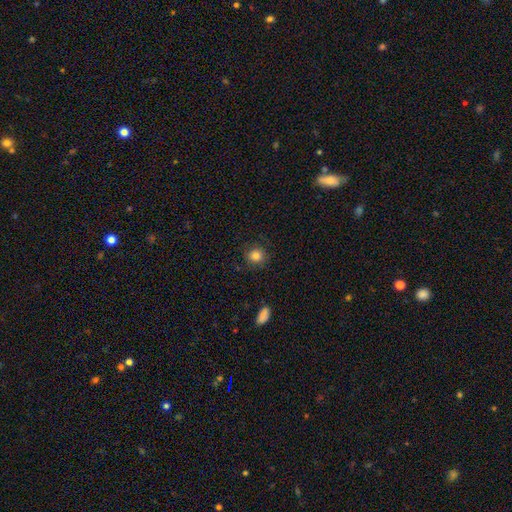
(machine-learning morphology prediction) Smooth or featured: smooth — 84% (star or artifact — 11%)
How rounded: round — 87% (in between — 12%)
Merging: none — 84% (minor disturbance — 11%)